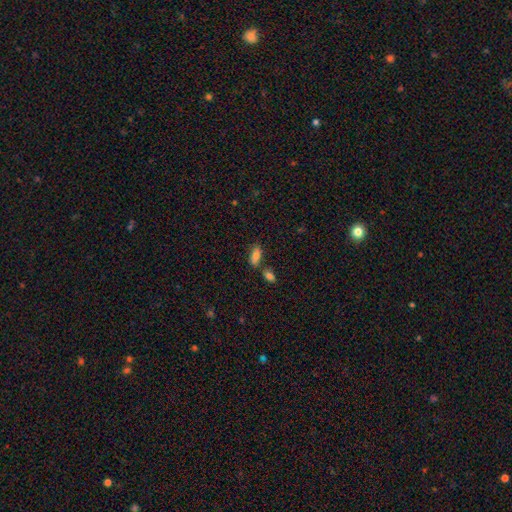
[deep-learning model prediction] This appears to be a smooth galaxy with no disk features (78%) that is in between round and cigar-shaped (82%). Merging: none (55%).